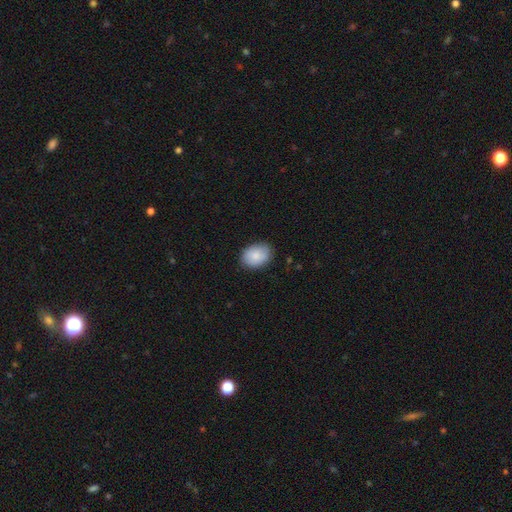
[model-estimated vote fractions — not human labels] Smooth or featured? smooth (83%)
How rounded? in between (70%)
Merging? none (83%)